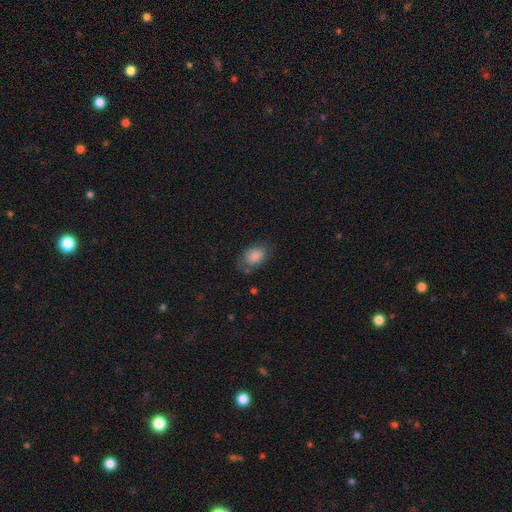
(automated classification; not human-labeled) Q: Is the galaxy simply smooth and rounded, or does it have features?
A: smooth — 84%.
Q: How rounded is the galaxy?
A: in between — 87%.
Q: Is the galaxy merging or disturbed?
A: none — 64%.